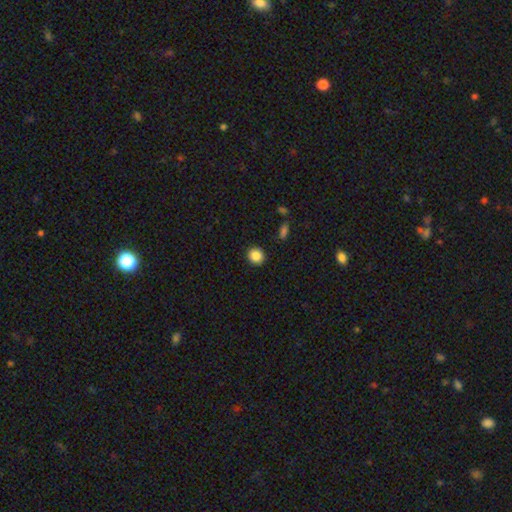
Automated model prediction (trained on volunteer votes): smooth 87%, star or artifact 9%, featured or disk 4%. Down the decision tree: how rounded — round (86%); merging — none (91%).